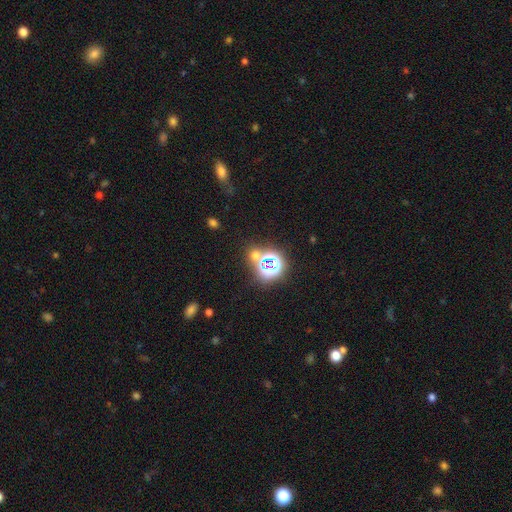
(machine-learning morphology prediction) The model was most divided on "smooth or featured": star or artifact: 57%, smooth: 34%, featured or disk: 9%.